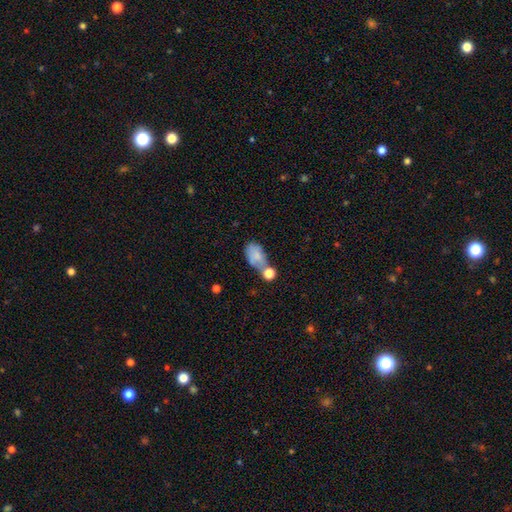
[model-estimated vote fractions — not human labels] This appears to be a smooth galaxy with no disk features (72%) that is in between round and cigar-shaped (88%). Merging: merger (34%).